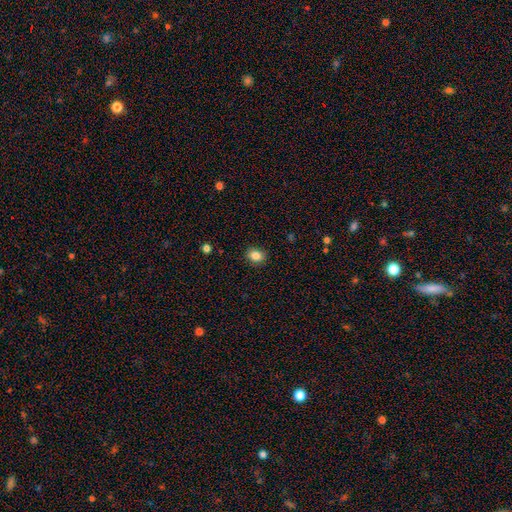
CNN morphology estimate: Smooth or featured?
  - smooth: 85% *
  - star or artifact: 10%
  - featured or disk: 5%
How rounded?
  - in between: 53% *
  - round: 46%
  - cigar-shaped: 1%
Merging?
  - none: 88% *
  - minor disturbance: 9%
  - major disturbance: 2%
  - merger: 1%